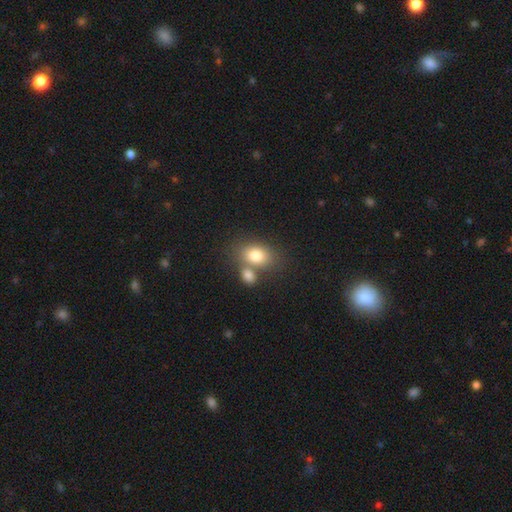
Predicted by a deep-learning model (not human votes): smooth-or-featured: smooth: 79% | featured or disk: 12% | star or artifact: 9%
  how-rounded: in between: 77% | round: 21% | cigar-shaped: 1%
  merging: none: 46% | merger: 40% | minor disturbance: 11% | major disturbance: 4%